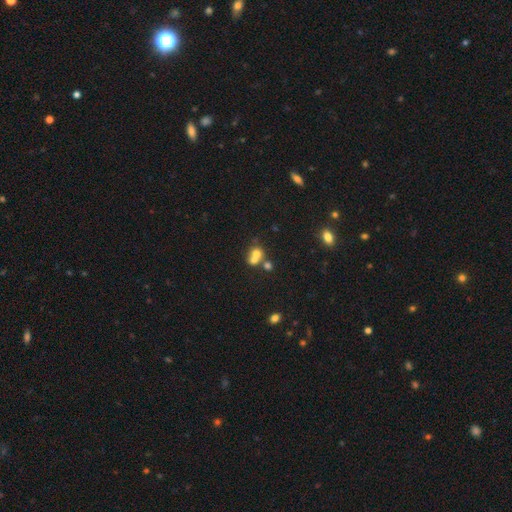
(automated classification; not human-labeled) Smooth or featured?
  - smooth: 65% *
  - featured or disk: 20%
  - star or artifact: 14%
How rounded?
  - round: 73% *
  - in between: 26%
  - cigar-shaped: 1%
Merging?
  - merger: 61% *
  - none: 29%
  - minor disturbance: 6%
  - major disturbance: 4%